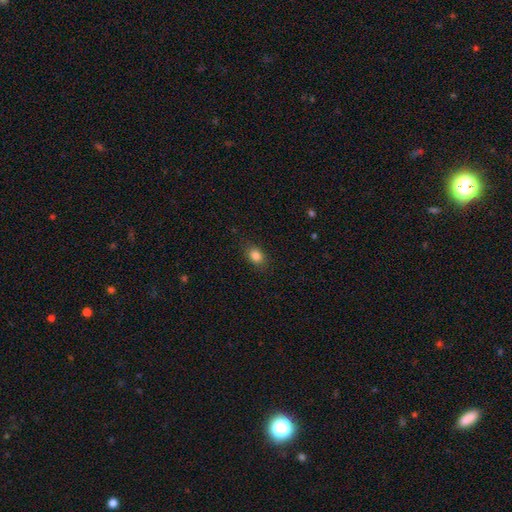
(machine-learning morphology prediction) smooth 83%, star or artifact 11%, featured or disk 6%. Down the decision tree: how rounded — in between (65%); merging — none (86%).